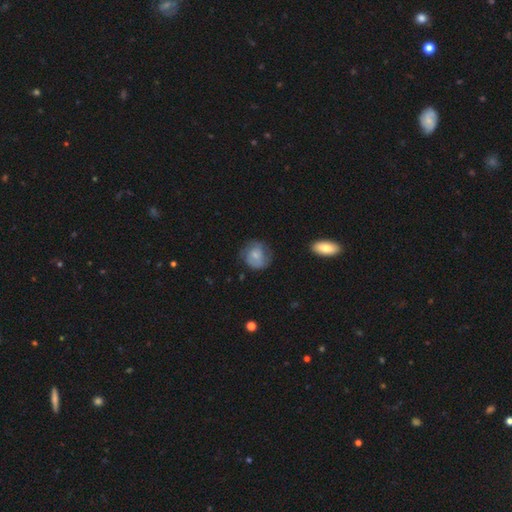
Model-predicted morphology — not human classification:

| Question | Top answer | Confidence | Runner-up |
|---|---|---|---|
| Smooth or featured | smooth | 63% | featured or disk (29%) |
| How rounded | round | 78% | in between (21%) |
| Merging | none | 62% | minor disturbance (26%) |